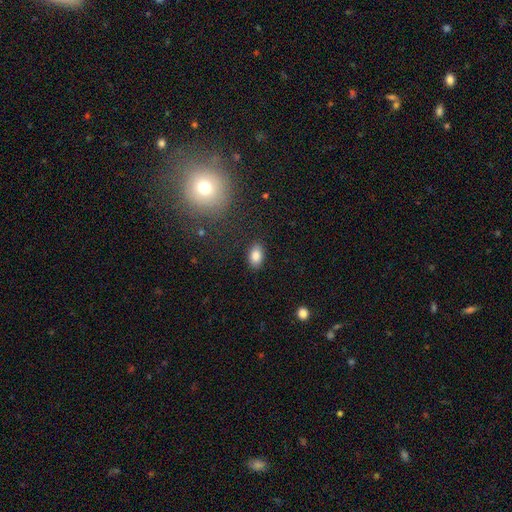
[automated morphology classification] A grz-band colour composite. It shows a smooth galaxy with no disk features (84%) that is in between round and cigar-shaped (87%). Merging: none (87%).